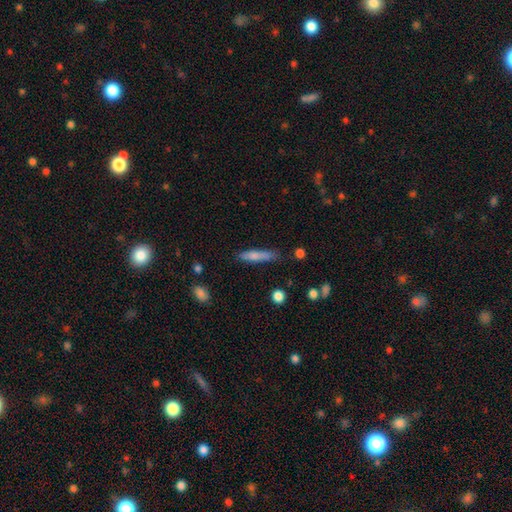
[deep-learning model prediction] Smooth or featured? smooth (74%)
How rounded? cigar-shaped (87%)
Merging? none (70%)